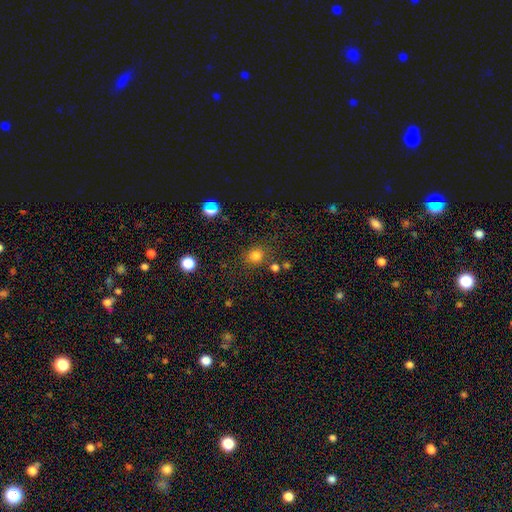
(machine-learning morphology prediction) Smooth or featured? smooth (79%)
How rounded? round (78%)
Merging? none (79%)